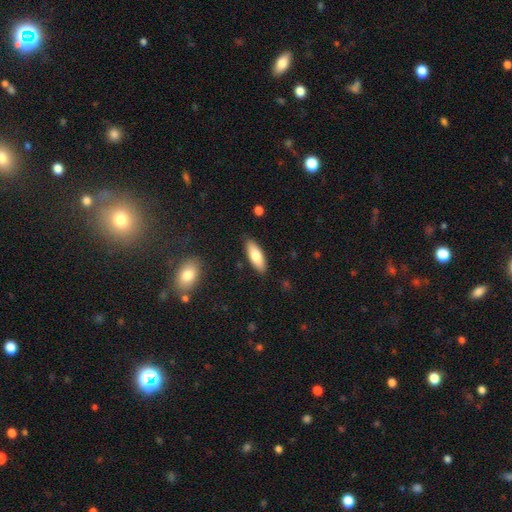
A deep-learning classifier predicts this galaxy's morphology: Smooth or featured?
  - smooth: 78% *
  - featured or disk: 16%
  - star or artifact: 6%
How rounded?
  - in between: 68% *
  - cigar-shaped: 30%
  - round: 2%
Merging?
  - none: 87% *
  - minor disturbance: 10%
  - major disturbance: 2%
  - merger: 2%